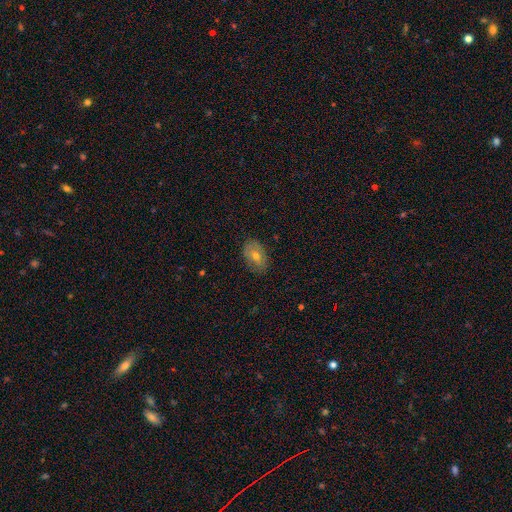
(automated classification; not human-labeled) Smooth or featured?
  - smooth: 60% *
  - featured or disk: 30%
  - star or artifact: 9%
How rounded?
  - in between: 85% *
  - round: 13%
  - cigar-shaped: 1%
Merging?
  - none: 83% *
  - minor disturbance: 13%
  - major disturbance: 3%
  - merger: 1%